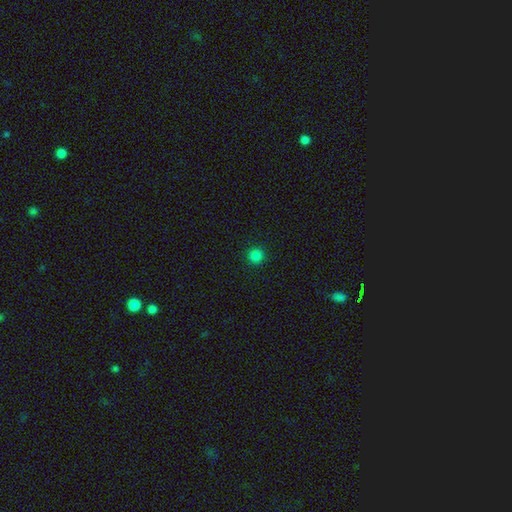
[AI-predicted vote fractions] Smooth or featured? Predicted: smooth (p=0.83). How rounded? Predicted: round (p=0.95). Merging? Predicted: none (p=0.93).